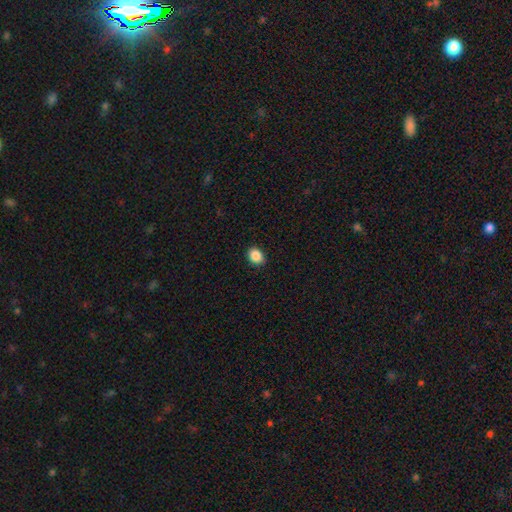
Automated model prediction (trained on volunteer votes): smooth-or-featured: smooth: 89% | star or artifact: 9% | featured or disk: 3%
  how-rounded: in between: 60% | round: 39% | cigar-shaped: 1%
  merging: none: 90% | minor disturbance: 7% | major disturbance: 2% | merger: 1%